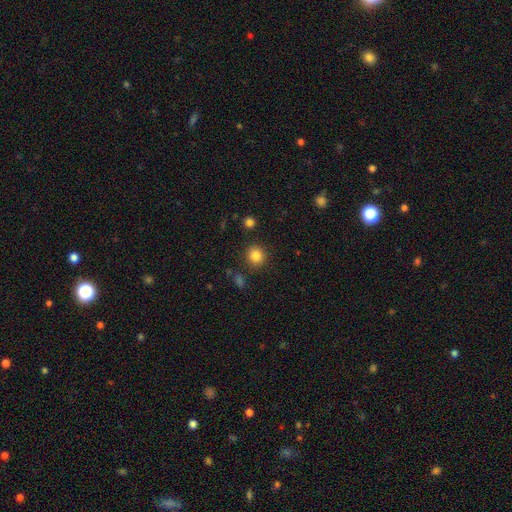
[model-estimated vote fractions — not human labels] Smooth or featured: smooth — 84% (star or artifact — 11%)
How rounded: round — 88% (in between — 11%)
Merging: none — 87% (minor disturbance — 7%)